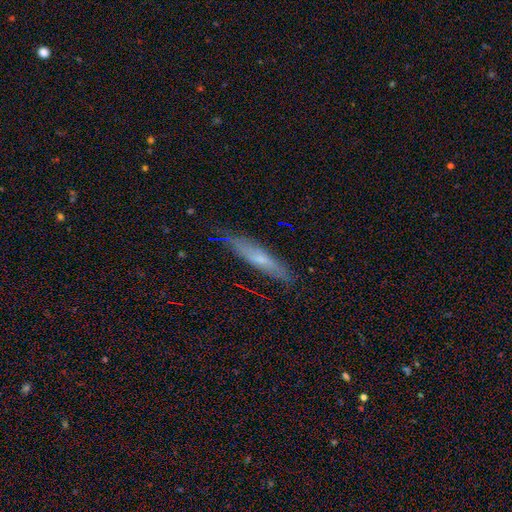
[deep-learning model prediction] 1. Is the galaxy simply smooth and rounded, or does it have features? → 45% smooth (tied), 45% featured or disk (tied), 11% star or artifact.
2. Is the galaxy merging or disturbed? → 83% none, 13% minor disturbance, 2% major disturbance, 1% merger.